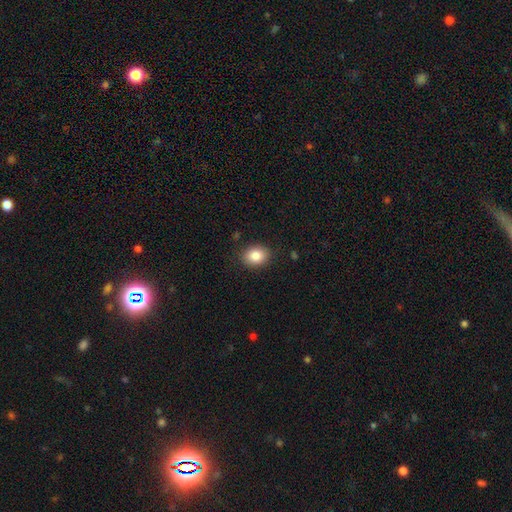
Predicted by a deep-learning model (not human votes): A smooth galaxy with no disk features (85%) that is in between round and cigar-shaped (57%). Merging: none (87%).